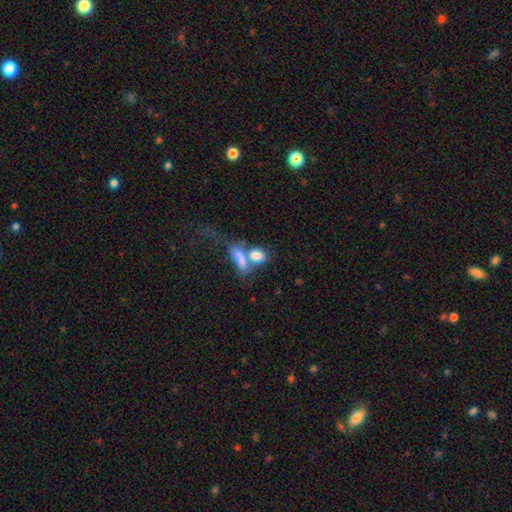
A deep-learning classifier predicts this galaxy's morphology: Overall: smooth (77%). How rounded: in between (71%). Merging: merger (59%; none 22%).